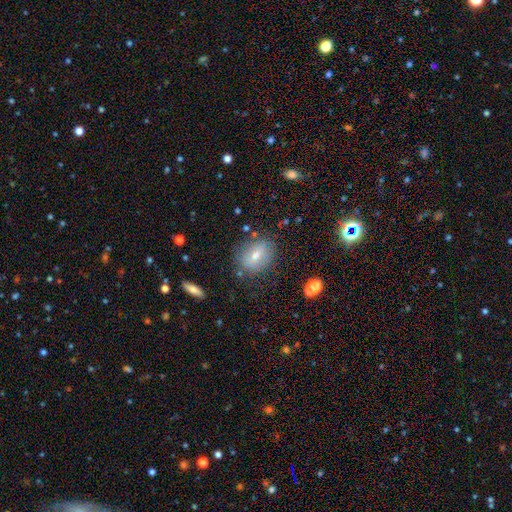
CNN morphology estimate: This appears to be a smooth galaxy with no disk features (62%) that is in between round and cigar-shaped (63%). Merging: none (77%).